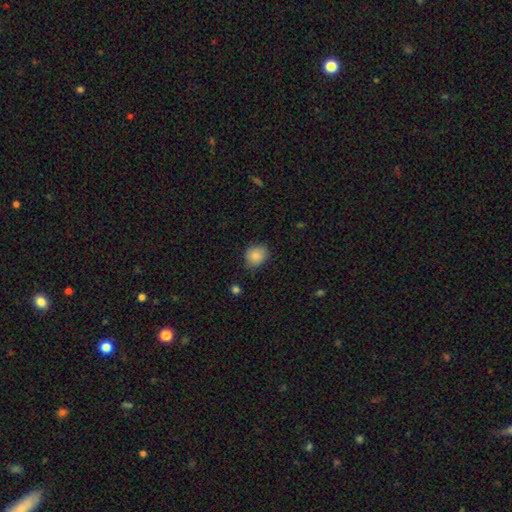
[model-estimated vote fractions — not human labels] smooth 86%, star or artifact 9%, featured or disk 5%. Down the decision tree: how rounded — round (66%); merging — none (80%).